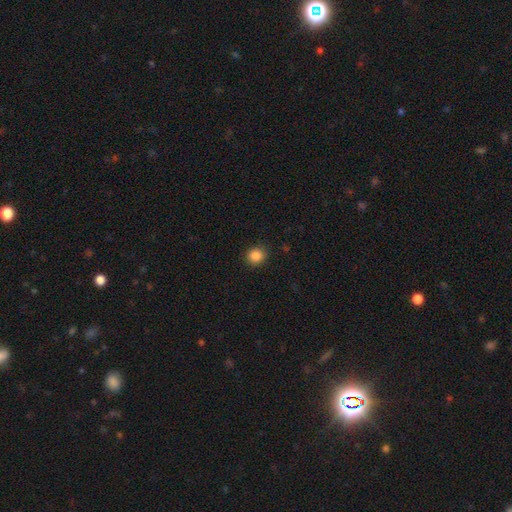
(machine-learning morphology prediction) type=smooth (87%); roundness=round (82%); merging=none (89%).